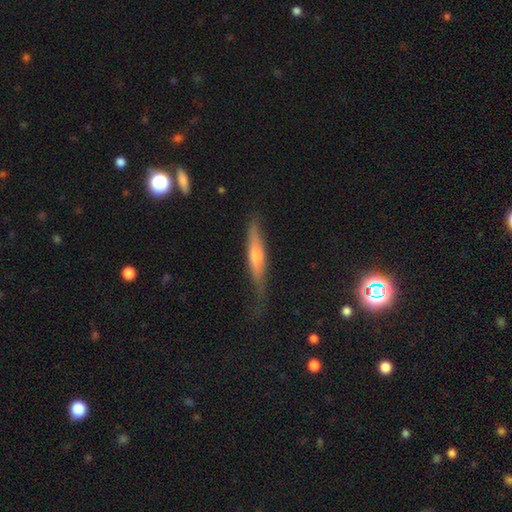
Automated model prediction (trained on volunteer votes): A smooth galaxy with no disk features (48%). Merging: none (63%).